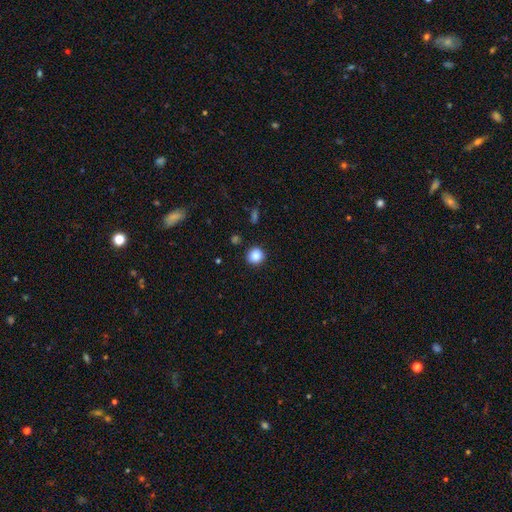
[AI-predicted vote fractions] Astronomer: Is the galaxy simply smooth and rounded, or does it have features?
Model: smooth — 87%.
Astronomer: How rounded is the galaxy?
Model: round — 91%.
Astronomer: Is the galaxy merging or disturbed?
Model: none — 90%.